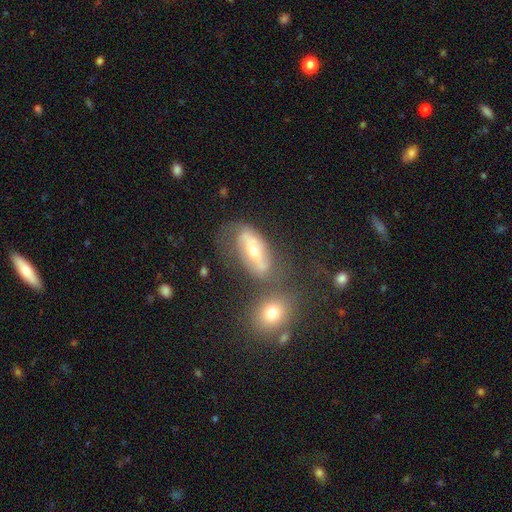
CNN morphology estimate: Smooth or featured? featured or disk (43%)
Merging? none (49%)